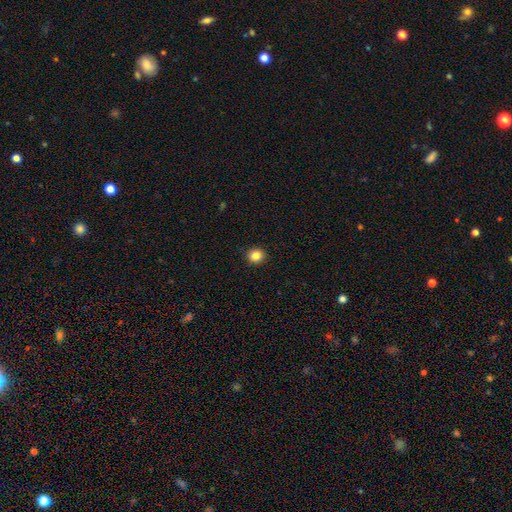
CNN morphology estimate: smooth-or-featured: smooth: 85% | star or artifact: 11% | featured or disk: 4%
  how-rounded: round: 86% | in between: 13% | cigar-shaped: 1%
  merging: none: 92% | minor disturbance: 5% | major disturbance: 2% | merger: 1%